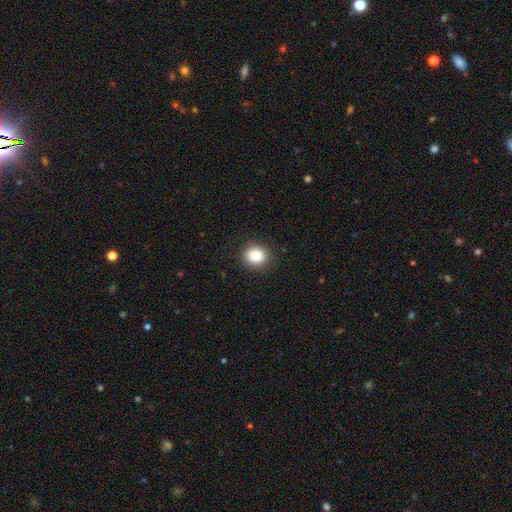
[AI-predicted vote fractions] Overall: smooth (86%). How rounded: round (79%). Merging: none (89%).